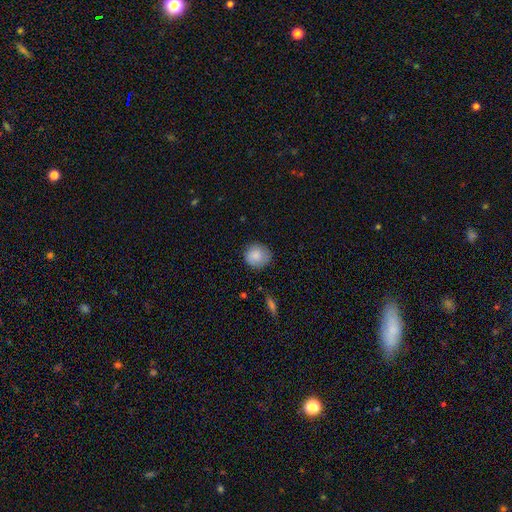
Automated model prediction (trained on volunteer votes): Smooth or featured?
  - smooth: 86% *
  - star or artifact: 7%
  - featured or disk: 7%
How rounded?
  - round: 87% *
  - in between: 12%
  - cigar-shaped: 1%
Merging?
  - none: 80% *
  - minor disturbance: 15%
  - major disturbance: 3%
  - merger: 1%